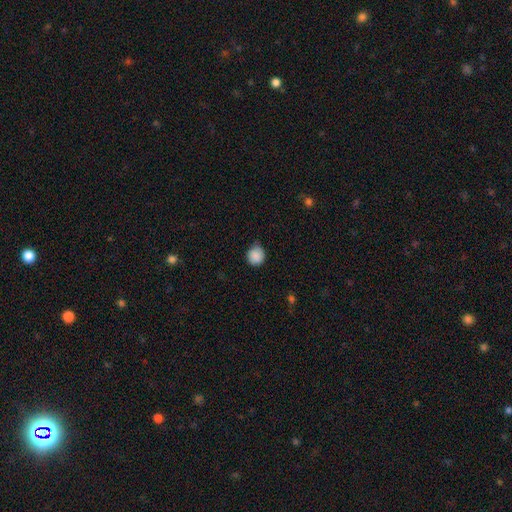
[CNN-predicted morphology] This is clearly a smooth galaxy (88%). How rounded: clearly round (86%). Merging: likely none (72%).